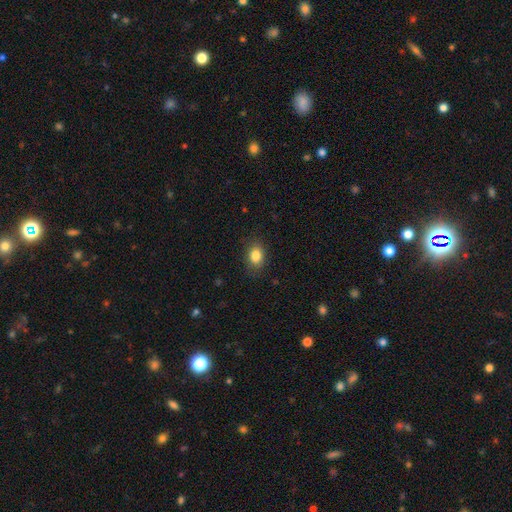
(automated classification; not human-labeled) This is clearly a smooth galaxy (84%). How rounded: likely in between (70%). Merging: clearly none (83%).